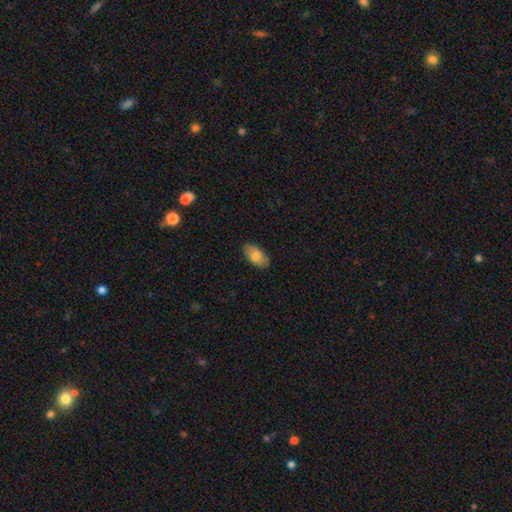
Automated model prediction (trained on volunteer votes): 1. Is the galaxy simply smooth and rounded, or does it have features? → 80% smooth, 13% featured or disk, 6% star or artifact.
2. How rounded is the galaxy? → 94% in between, 3% cigar-shaped, 3% round.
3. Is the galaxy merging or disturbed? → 85% none, 12% minor disturbance, 2% major disturbance, 1% merger.